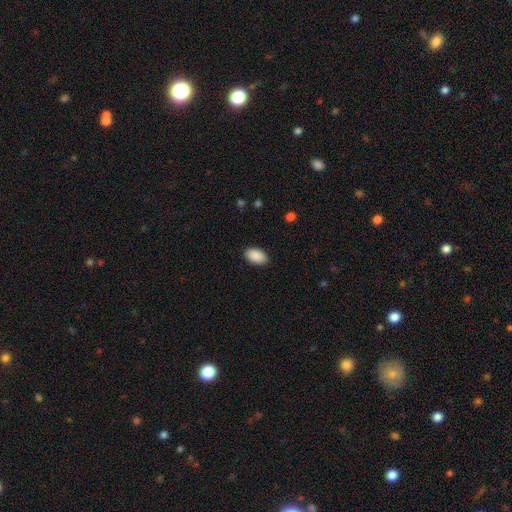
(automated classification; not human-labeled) This is clearly a smooth galaxy (91%). How rounded: clearly in between (94%). Merging: clearly none (88%).